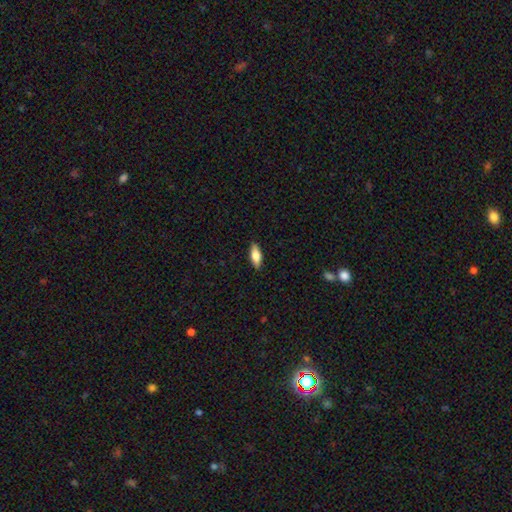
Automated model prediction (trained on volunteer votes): This is likely a smooth galaxy (76%). How rounded: likely in between (72%). Merging: clearly none (88%).